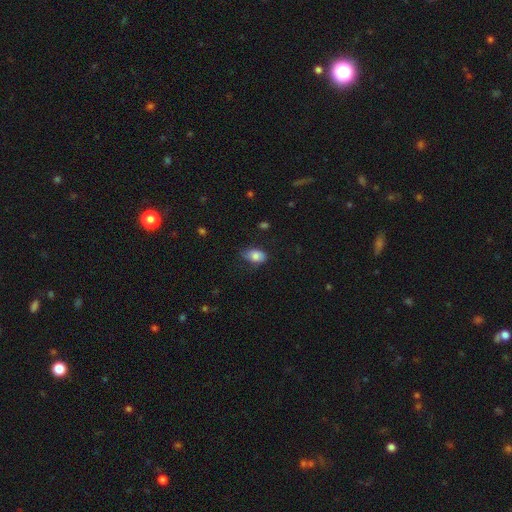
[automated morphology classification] A smooth galaxy with no disk features (80%) that is in between round and cigar-shaped (88%). Merging: none (63%).